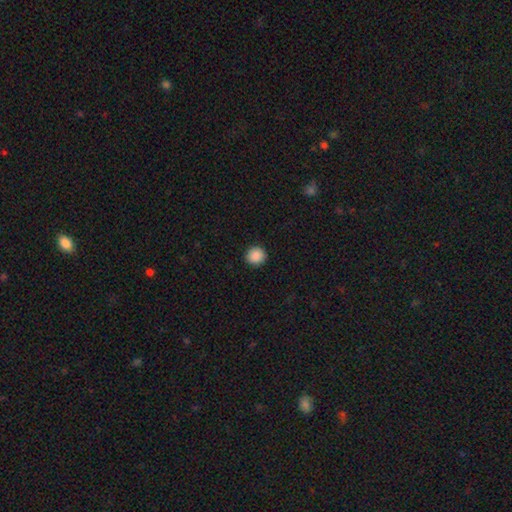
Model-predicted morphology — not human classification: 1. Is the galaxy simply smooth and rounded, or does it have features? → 89% smooth, 9% star or artifact, 2% featured or disk.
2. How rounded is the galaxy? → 93% round, 6% in between, 1% cigar-shaped.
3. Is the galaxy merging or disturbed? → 93% none, 5% minor disturbance, 2% major disturbance, 1% merger.